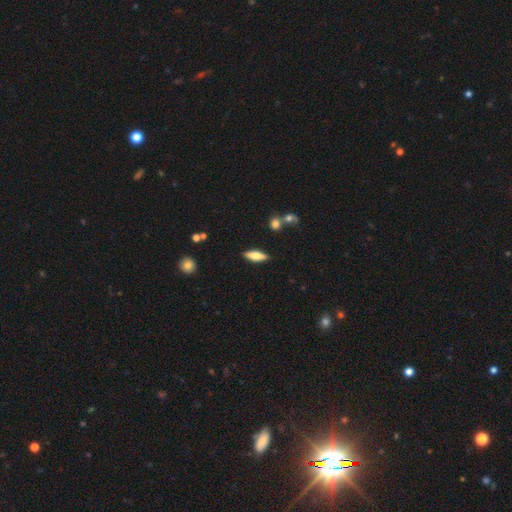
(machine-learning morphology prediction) smooth-or-featured: smooth: 64% | featured or disk: 30% | star or artifact: 7%
  how-rounded: cigar-shaped: 53% | in between: 45% | round: 2%
  merging: none: 86% | minor disturbance: 9% | merger: 2% | major disturbance: 2%